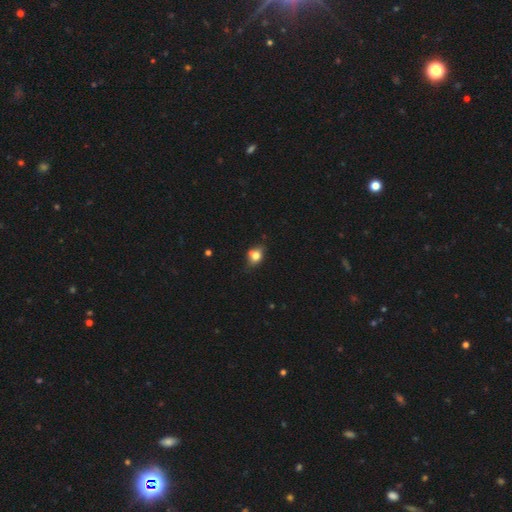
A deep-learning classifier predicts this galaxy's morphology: This is likely a smooth galaxy (73%). How rounded: possibly in between (49%, tied with round). Merging: possibly none (59%).